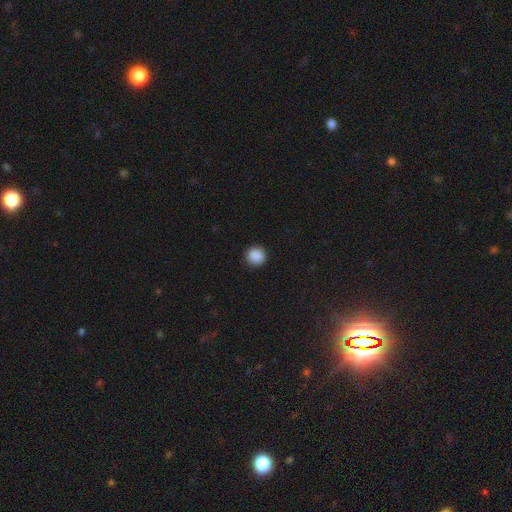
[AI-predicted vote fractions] The model was most divided on "smooth or featured": smooth: 89%, star or artifact: 9%, featured or disk: 2%. More confident: how rounded — round (94%); merging — none (92%).